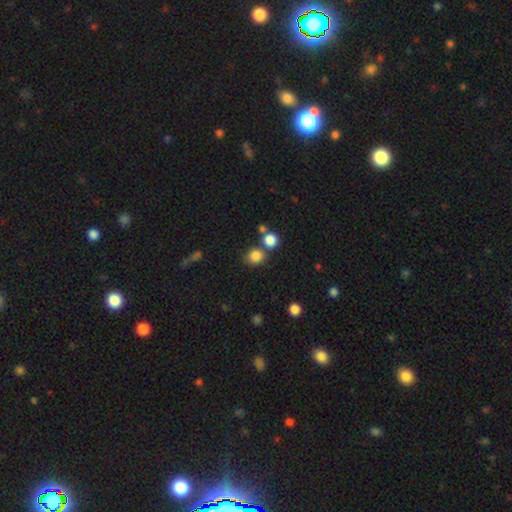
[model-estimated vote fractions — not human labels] This appears to be a smooth galaxy with no disk features (83%) that is round (80%). Merging: none (67%).